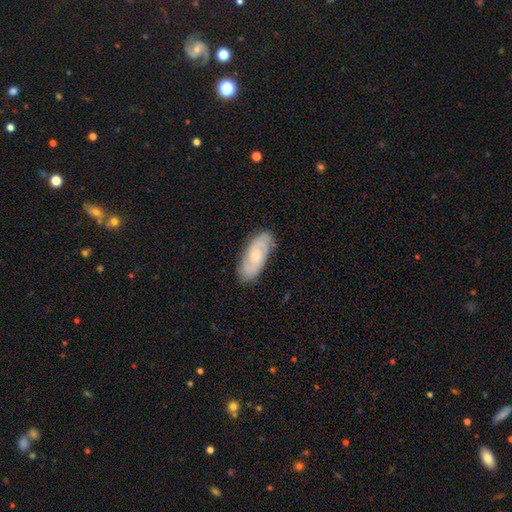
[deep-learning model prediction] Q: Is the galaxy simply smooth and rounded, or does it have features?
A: featured or disk — 69%.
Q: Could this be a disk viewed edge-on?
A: no — 92%.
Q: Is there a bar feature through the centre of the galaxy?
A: no — 71%.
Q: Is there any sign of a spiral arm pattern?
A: yes — 92%.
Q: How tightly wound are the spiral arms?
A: tight — 58%.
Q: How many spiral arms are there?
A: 2 — 53%.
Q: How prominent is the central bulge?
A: small — 65%.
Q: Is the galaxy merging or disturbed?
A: none — 81%.